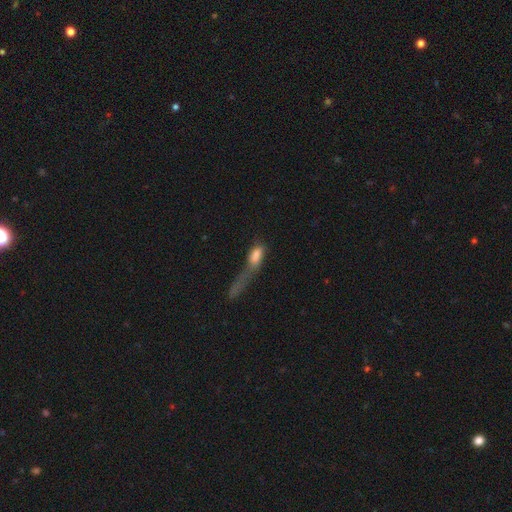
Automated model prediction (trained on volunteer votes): This appears to be a smooth galaxy with no disk features (70%) that is in between round and cigar-shaped (68%). Merging: major disturbance (43%).